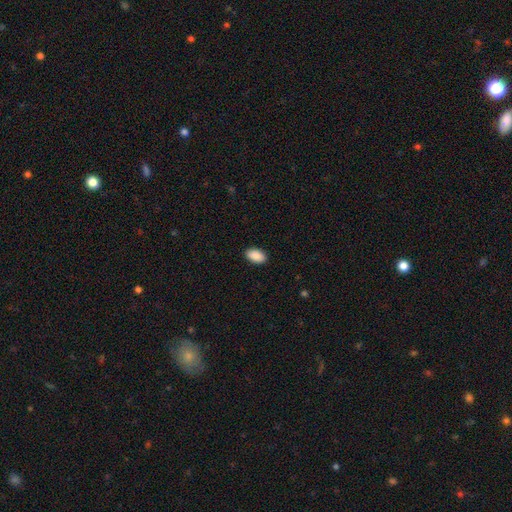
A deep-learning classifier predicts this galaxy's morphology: Q: Smooth or featured?
A: smooth (91%); runner-up: star or artifact (7%)
Q: How rounded?
A: in between (94%); runner-up: round (4%)
Q: Merging?
A: none (90%); runner-up: minor disturbance (7%)